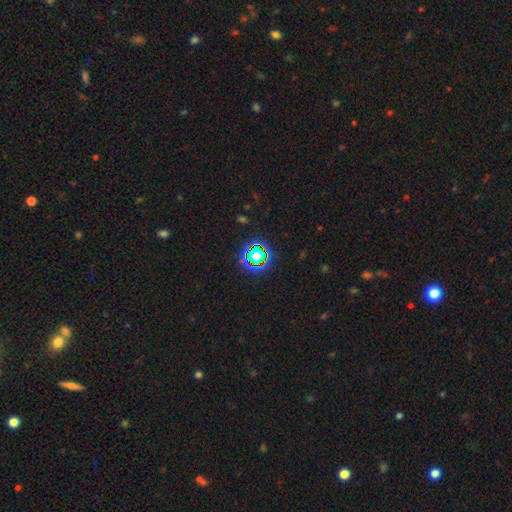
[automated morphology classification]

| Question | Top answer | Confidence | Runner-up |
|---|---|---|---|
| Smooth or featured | star or artifact | 68% | smooth (21%) |